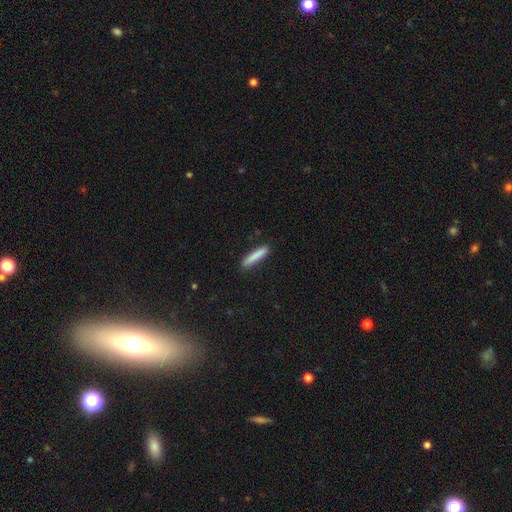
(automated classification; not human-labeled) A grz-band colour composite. It shows a smooth galaxy with no disk features (85%) that is cigar-shaped (91%). Merging: none (88%).